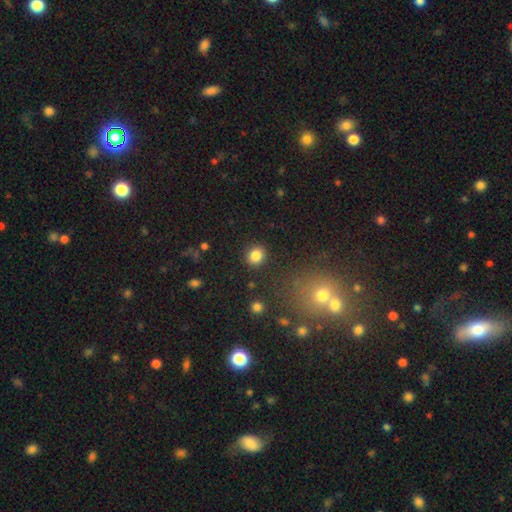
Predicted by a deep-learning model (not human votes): Morphology: type=smooth (84%); roundness=round (82%); merging=none (89%).